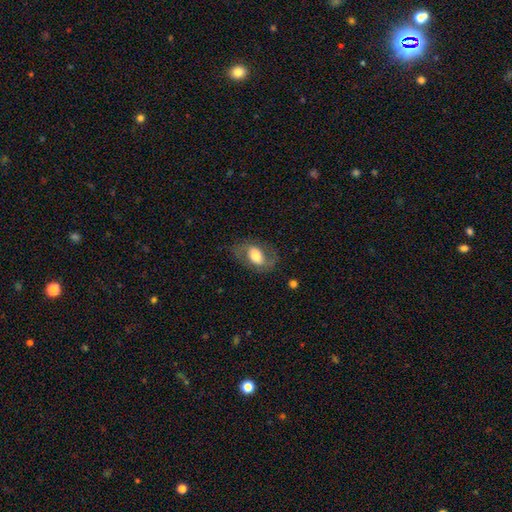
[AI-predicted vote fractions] smooth-or-featured: featured or disk: 53% | smooth: 40% | star or artifact: 7%
  disk-edge-on: no: 94% | yes: 6%
  merging: none: 69% | minor disturbance: 17% | major disturbance: 12% | merger: 1%